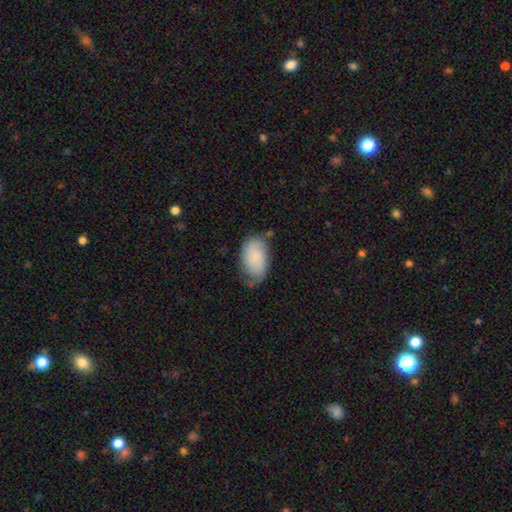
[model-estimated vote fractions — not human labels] Smooth or featured? smooth (79%)
How rounded? in between (93%)
Merging? none (49%)